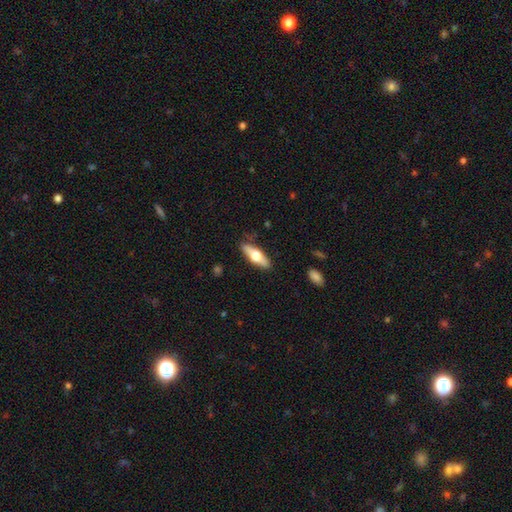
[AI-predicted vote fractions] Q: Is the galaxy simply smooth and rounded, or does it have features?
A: smooth — 52%.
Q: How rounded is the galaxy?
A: in between — 52%.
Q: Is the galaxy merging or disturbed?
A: none — 85%.